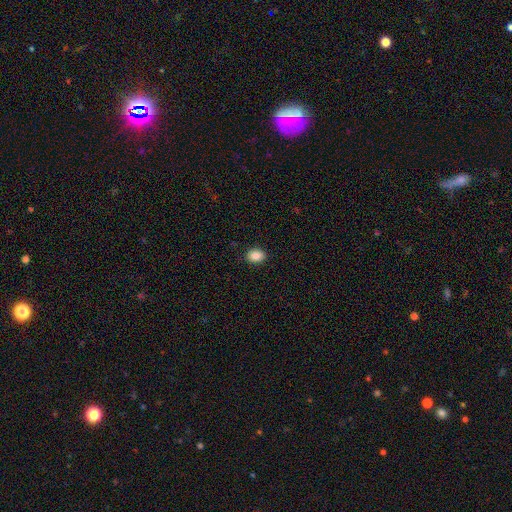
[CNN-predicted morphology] A smooth galaxy with no disk features (88%) that is in between round and cigar-shaped (64%). Merging: none (90%).